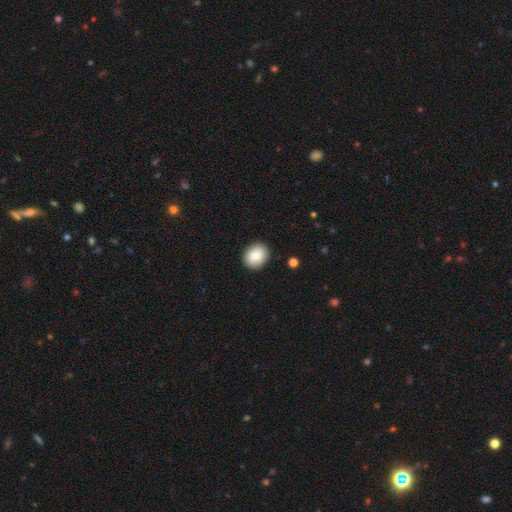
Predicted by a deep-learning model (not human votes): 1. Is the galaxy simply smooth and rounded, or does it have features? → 83% smooth, 9% featured or disk, 8% star or artifact.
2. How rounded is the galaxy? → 56% round, 43% in between, 1% cigar-shaped.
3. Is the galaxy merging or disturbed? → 89% none, 8% minor disturbance, 2% major disturbance, 1% merger.